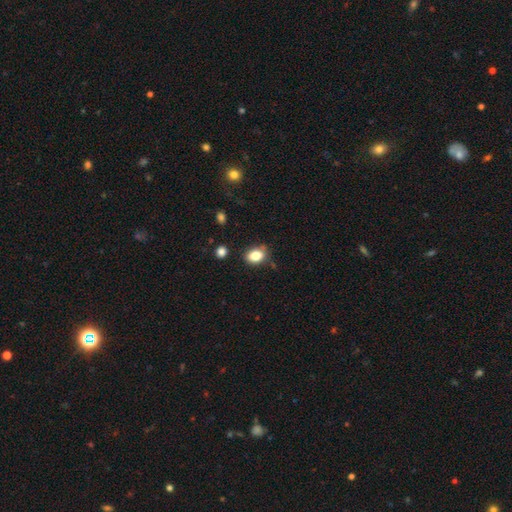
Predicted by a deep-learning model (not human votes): Morphology: type=smooth (83%); roundness=in between (73%); merging=none (76%).